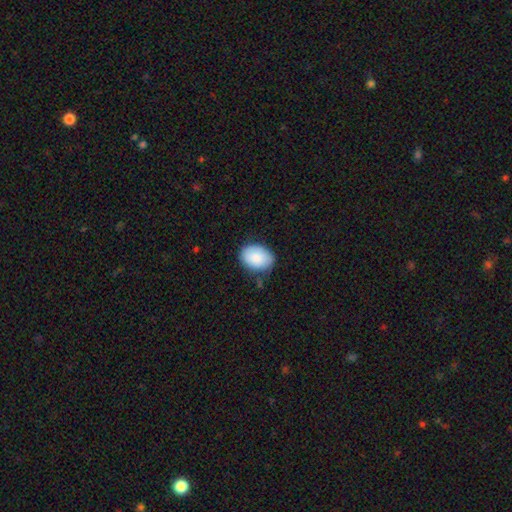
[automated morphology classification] Smooth or featured? Predicted: smooth (p=0.87). How rounded? Predicted: in between (p=0.75). Merging? Predicted: none (p=0.78).